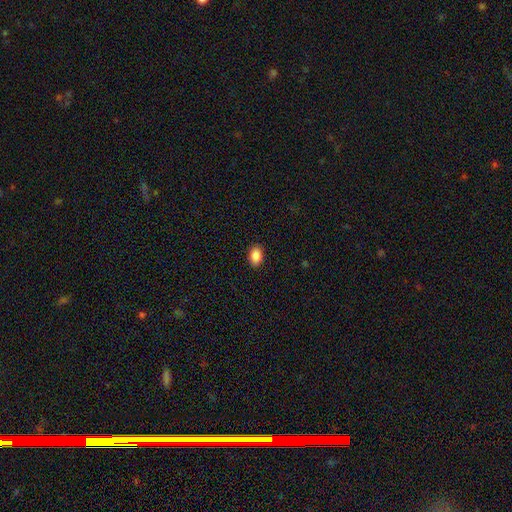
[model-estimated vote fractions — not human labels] smooth_or_featured: smooth (p=0.89) [alt: star or artifact p=0.08]
how_rounded: in between (p=0.80) [alt: round p=0.19]
merging: none (p=0.89) [alt: minor disturbance p=0.08]